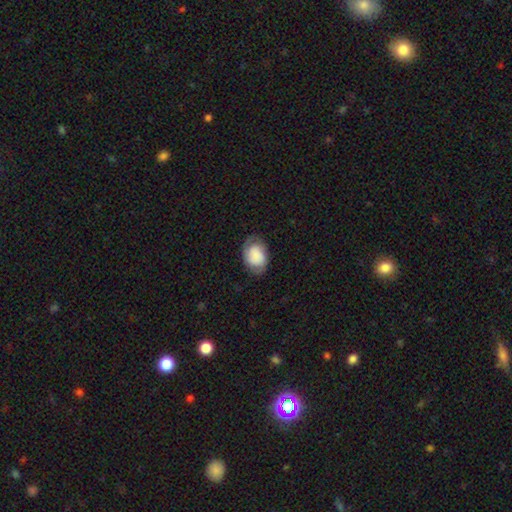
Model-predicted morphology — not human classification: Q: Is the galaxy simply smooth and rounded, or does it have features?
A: smooth — 73%.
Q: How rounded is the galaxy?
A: in between — 77%.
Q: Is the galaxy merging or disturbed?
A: none — 65%.